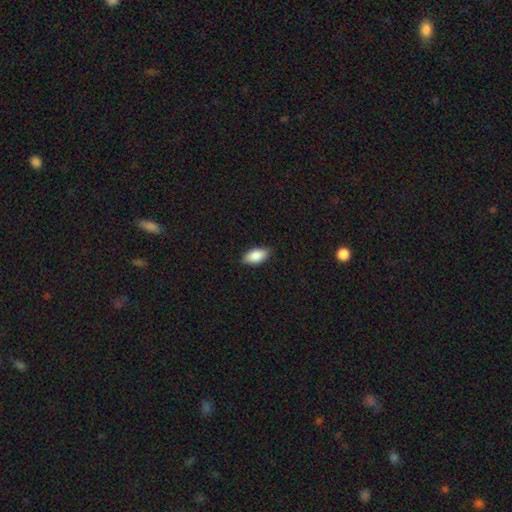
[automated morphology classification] Overall: smooth (87%). How rounded: in between (93%). Merging: none (88%).